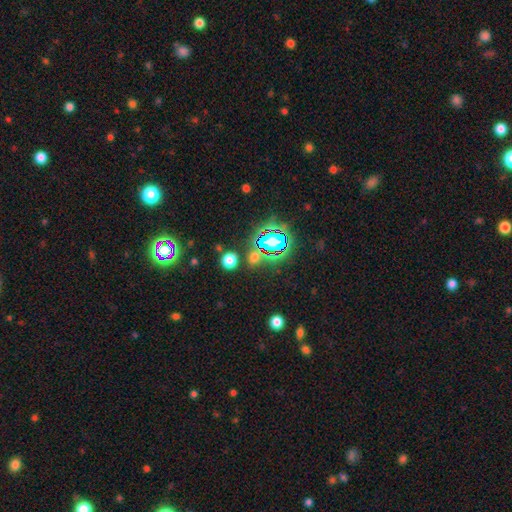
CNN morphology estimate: This appears to be a star or artifact, not a galaxy (69%).